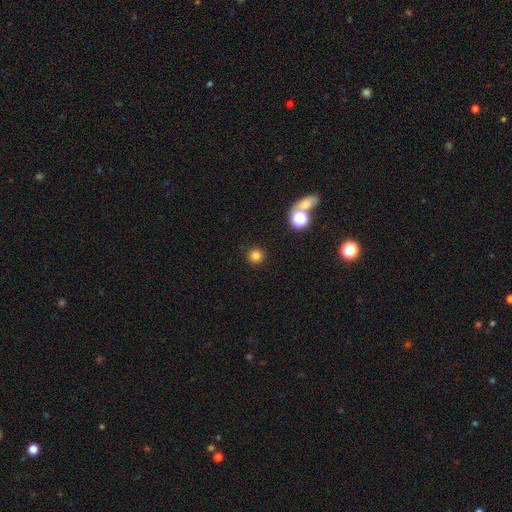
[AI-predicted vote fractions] smooth-or-featured: smooth: 80% | star or artifact: 15% | featured or disk: 5%
  how-rounded: round: 95% | in between: 4% | cigar-shaped: 1%
  merging: none: 90% | minor disturbance: 5% | merger: 3% | major disturbance: 2%